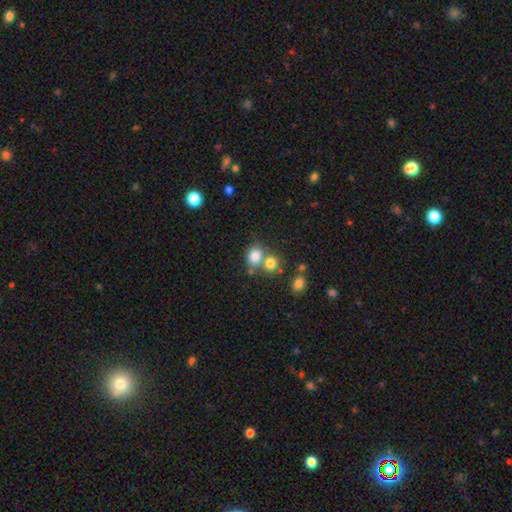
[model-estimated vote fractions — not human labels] This appears to be a smooth galaxy with no disk features (80%) that is round (65%). Merging: none (48%).